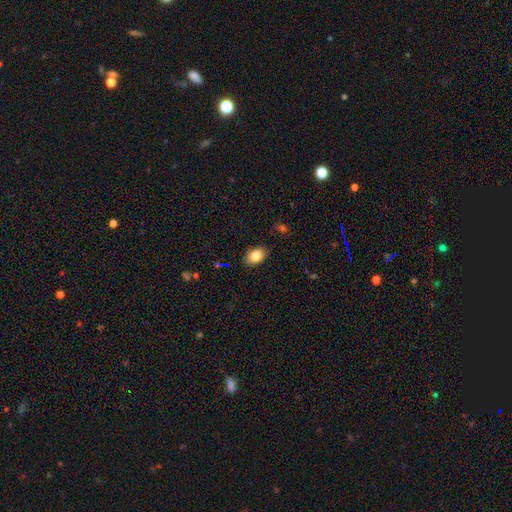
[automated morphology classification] This is clearly a smooth galaxy (83%). How rounded: clearly in between (83%). Merging: clearly none (84%).